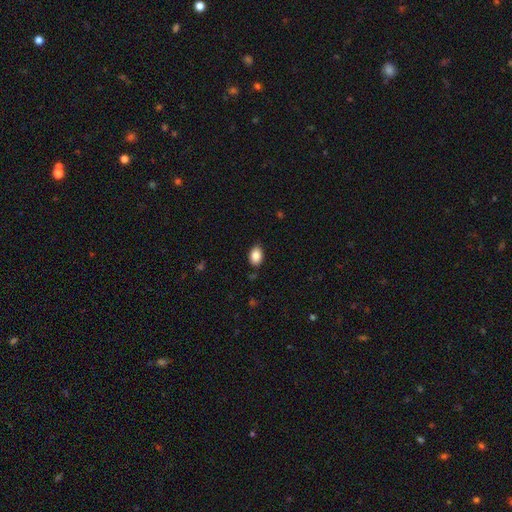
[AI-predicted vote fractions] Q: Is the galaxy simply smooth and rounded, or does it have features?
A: smooth — 87%.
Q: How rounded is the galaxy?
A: in between — 84%.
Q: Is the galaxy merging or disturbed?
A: none — 85%.